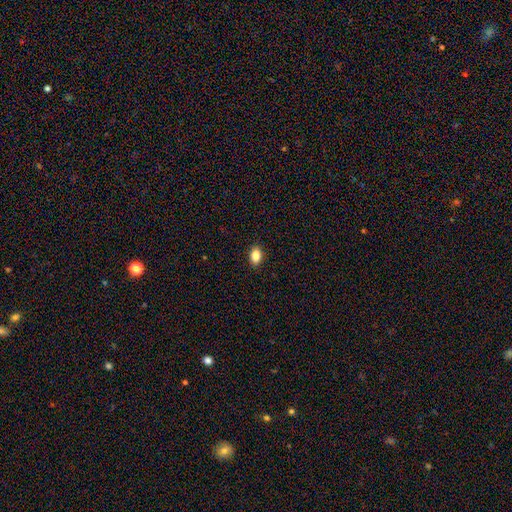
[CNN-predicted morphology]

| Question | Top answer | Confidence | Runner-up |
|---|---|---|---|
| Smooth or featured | smooth | 87% | star or artifact (9%) |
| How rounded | in between | 86% | round (13%) |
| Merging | none | 90% | minor disturbance (8%) |